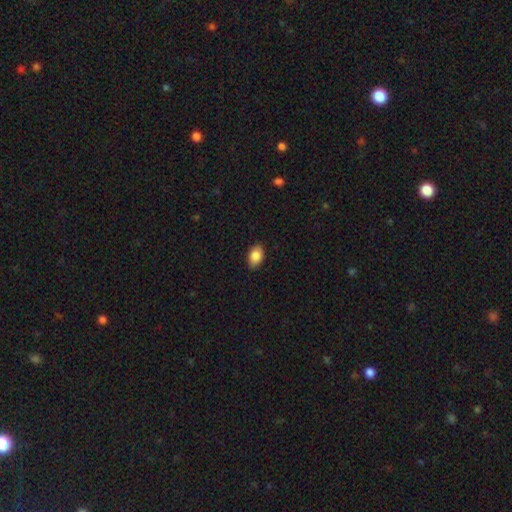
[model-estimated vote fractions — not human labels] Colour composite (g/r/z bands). It shows a smooth galaxy with no disk features (87%) that is in between round and cigar-shaped (89%). Merging: none (87%).